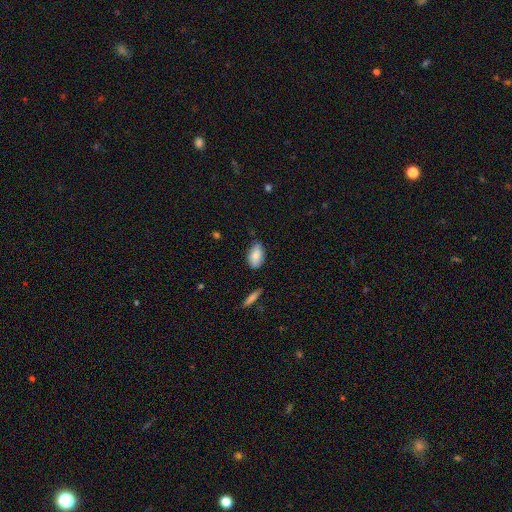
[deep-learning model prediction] smooth-or-featured: smooth: 84% | featured or disk: 9% | star or artifact: 7%
  how-rounded: in between: 92% | round: 4% | cigar-shaped: 4%
  merging: none: 69% | minor disturbance: 24% | major disturbance: 4% | merger: 3%